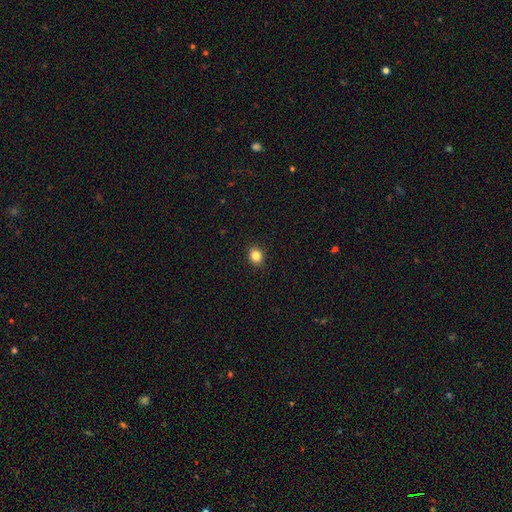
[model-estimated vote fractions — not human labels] This is clearly a smooth galaxy (84%). How rounded: likely round (67%). Merging: clearly none (92%).